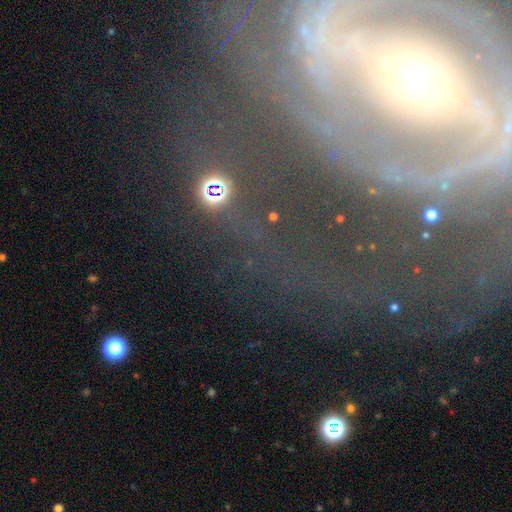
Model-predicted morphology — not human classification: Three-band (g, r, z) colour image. It shows a featured or disk galaxy (75%) with a strong bar (38%), 2 (37%) tight (51%) spiral arms (83%) and a small central bulge (57%). Merging: none (63%).